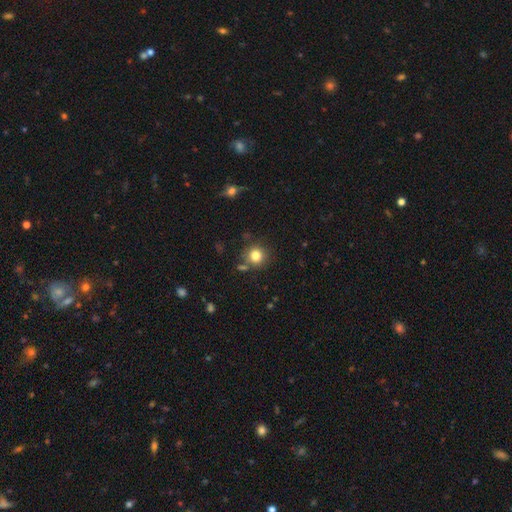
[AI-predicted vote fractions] smooth_or_featured: smooth (p=0.82) [alt: star or artifact p=0.12]
how_rounded: round (p=0.90) [alt: in between p=0.09]
merging: none (p=0.80) [alt: minor disturbance p=0.10]